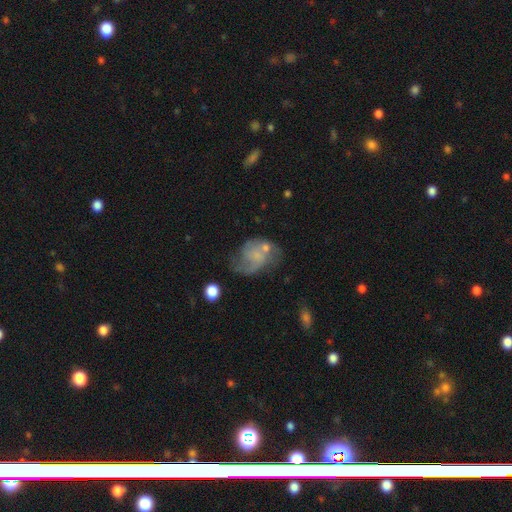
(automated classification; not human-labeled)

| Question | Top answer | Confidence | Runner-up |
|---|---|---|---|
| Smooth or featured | featured or disk | 61% | smooth (30%) |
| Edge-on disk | no | 98% | yes (2%) |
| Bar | no | 73% | weak (23%) |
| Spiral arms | yes | 77% | no (23%) |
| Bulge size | none | 44% | small (40%) |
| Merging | none | 36% | major disturbance (27%) |